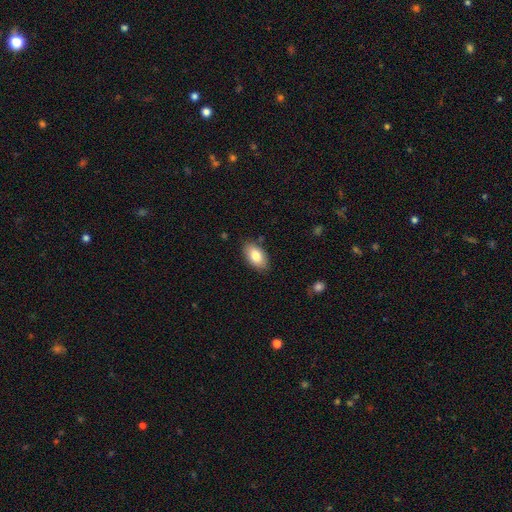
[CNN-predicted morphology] This appears to be a smooth galaxy with no disk features (83%) that is in between round and cigar-shaped (94%). Merging: none (85%).